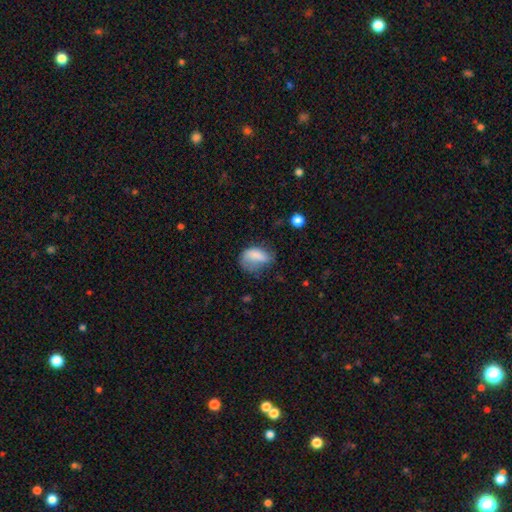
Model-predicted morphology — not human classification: smooth 73%, featured or disk 17%, star or artifact 9%. Down the decision tree: how rounded — in between (80%); merging — major disturbance (34%).